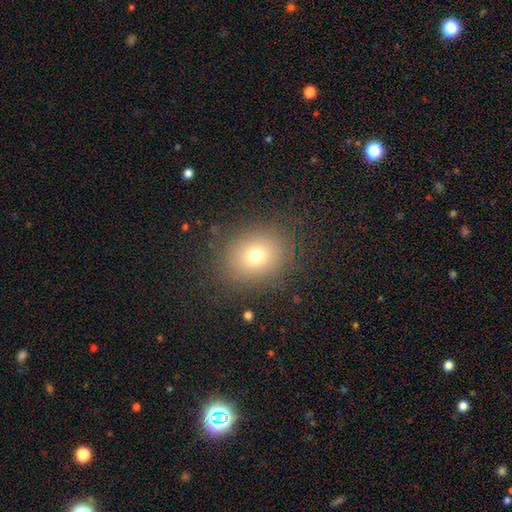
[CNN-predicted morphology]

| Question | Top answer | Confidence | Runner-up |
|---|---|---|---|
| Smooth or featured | smooth | 71% | star or artifact (17%) |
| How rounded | round | 66% | in between (33%) |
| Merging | none | 84% | minor disturbance (10%) |